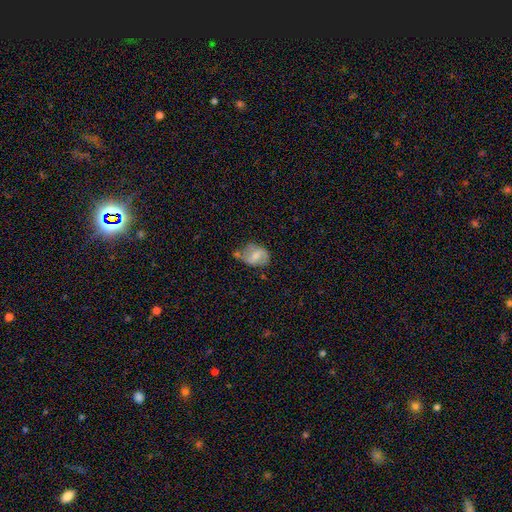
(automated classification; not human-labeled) This appears to be a featured or disk galaxy (50%). Merging: none (45%).